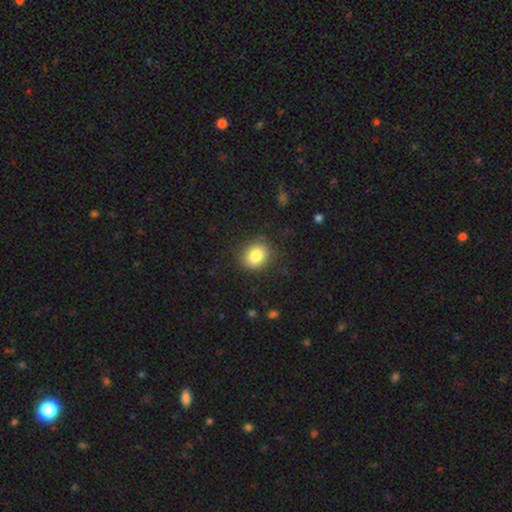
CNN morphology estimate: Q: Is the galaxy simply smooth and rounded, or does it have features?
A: smooth — 83%.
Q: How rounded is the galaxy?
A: round — 56%.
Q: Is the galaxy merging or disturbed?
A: none — 83%.